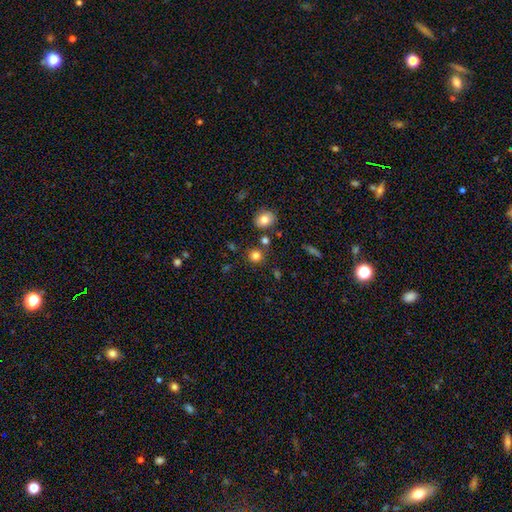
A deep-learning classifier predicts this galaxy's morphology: Smooth or featured?
  - smooth: 81% *
  - star or artifact: 13%
  - featured or disk: 6%
How rounded?
  - round: 89% *
  - in between: 10%
  - cigar-shaped: 1%
Merging?
  - none: 81% *
  - minor disturbance: 8%
  - merger: 7%
  - major disturbance: 3%